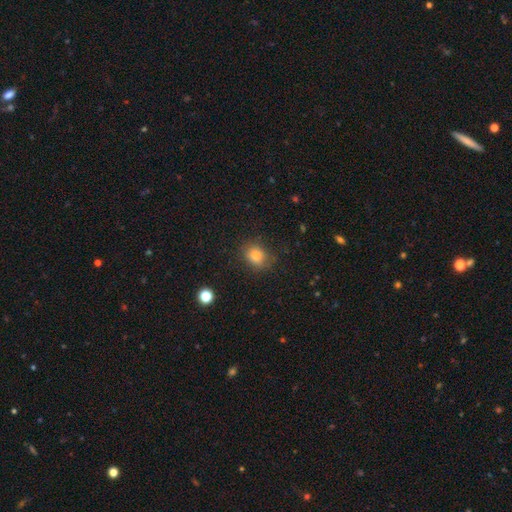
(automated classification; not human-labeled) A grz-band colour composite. It shows a smooth galaxy with no disk features (80%) that is round (61%). Merging: none (82%).